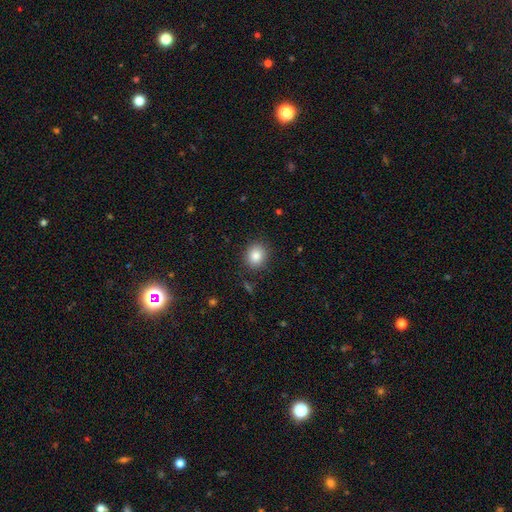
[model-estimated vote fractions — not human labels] Morphology: type=smooth (85%); roundness=round (79%); merging=none (87%).